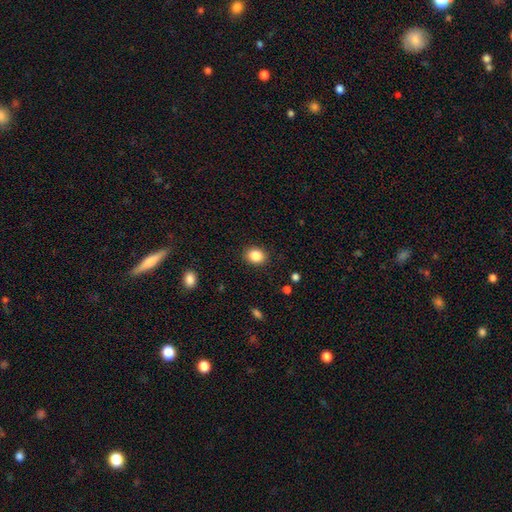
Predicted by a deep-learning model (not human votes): The model was most divided on "how rounded": round: 51%, in between: 48%, cigar-shaped: 1%. More confident: merging — none (89%); smooth or featured — smooth (86%).